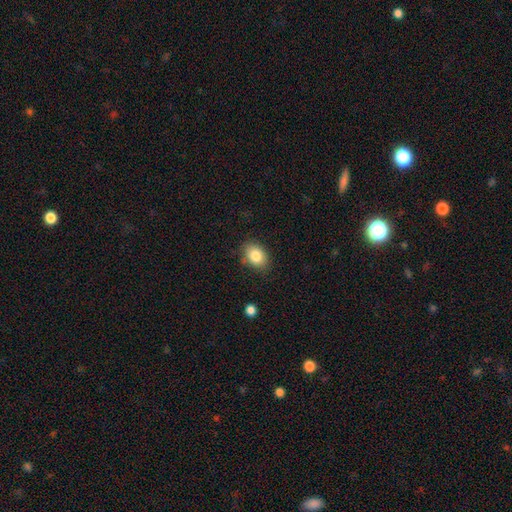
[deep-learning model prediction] Smooth or featured?
  - smooth: 83% *
  - star or artifact: 9%
  - featured or disk: 8%
How rounded?
  - in between: 73% *
  - round: 26%
  - cigar-shaped: 1%
Merging?
  - none: 81% *
  - minor disturbance: 14%
  - major disturbance: 3%
  - merger: 2%